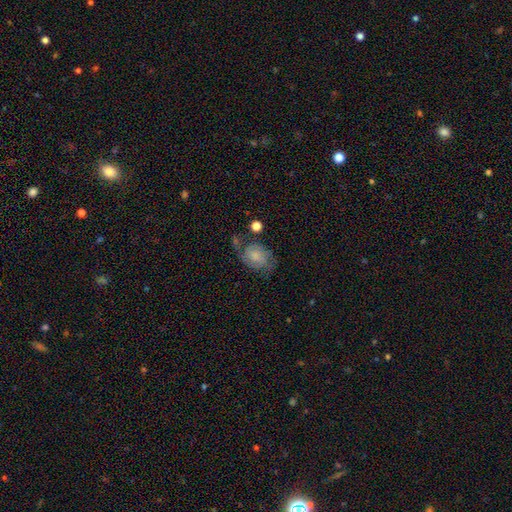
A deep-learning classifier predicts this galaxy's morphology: Q: Smooth or featured?
A: featured or disk (57%); runner-up: smooth (34%)
Q: Edge-on disk?
A: no (97%); runner-up: yes (3%)
Q: Bar?
A: no (71%); runner-up: weak (25%)
Q: Spiral arms?
A: yes (86%); runner-up: no (14%)
Q: Bulge size?
A: small (35%); runner-up: none (31%)
Q: Merging?
A: none (48%); runner-up: minor disturbance (25%)